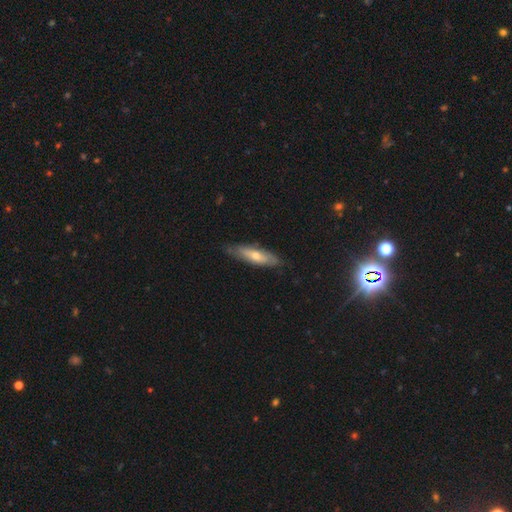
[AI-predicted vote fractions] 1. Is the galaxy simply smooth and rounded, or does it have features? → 52% smooth, 42% featured or disk, 6% star or artifact.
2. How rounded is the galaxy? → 60% cigar-shaped, 38% in between, 2% round.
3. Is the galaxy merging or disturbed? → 74% none, 21% minor disturbance, 4% major disturbance, 1% merger.